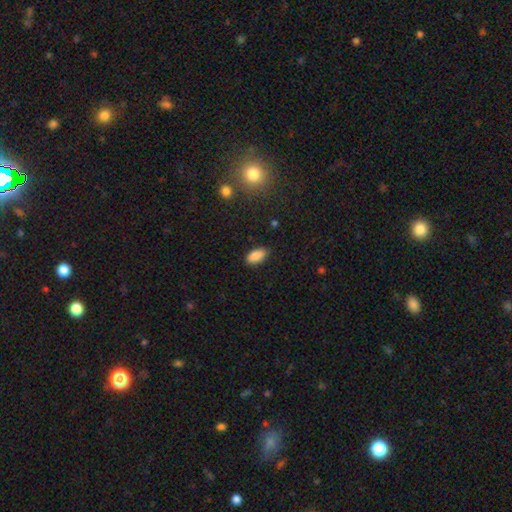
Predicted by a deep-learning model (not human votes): Smooth or featured: smooth — 86% (star or artifact — 8%)
How rounded: in between — 93% (cigar-shaped — 4%)
Merging: none — 85% (minor disturbance — 12%)